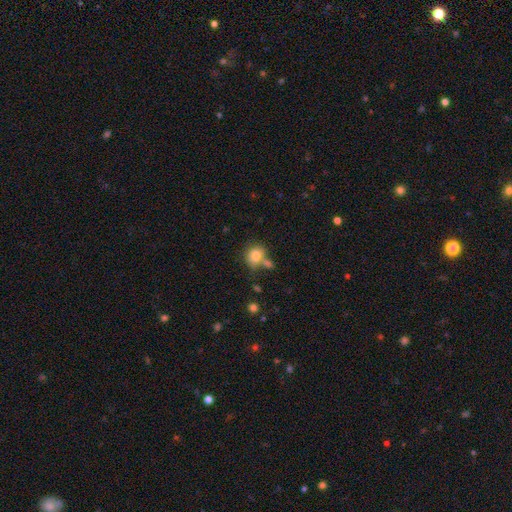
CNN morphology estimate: Smooth or featured?
  - smooth: 80% *
  - featured or disk: 11%
  - star or artifact: 10%
How rounded?
  - round: 66% *
  - in between: 33%
  - cigar-shaped: 1%
Merging?
  - none: 55% *
  - merger: 24%
  - minor disturbance: 15%
  - major disturbance: 5%